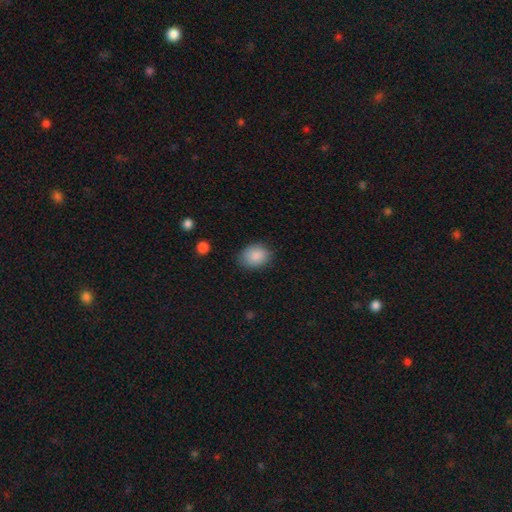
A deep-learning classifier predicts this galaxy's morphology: smooth_or_featured: smooth (p=0.88) [alt: star or artifact p=0.07]
how_rounded: in between (p=0.63) [alt: round p=0.36]
merging: none (p=0.79) [alt: minor disturbance p=0.16]